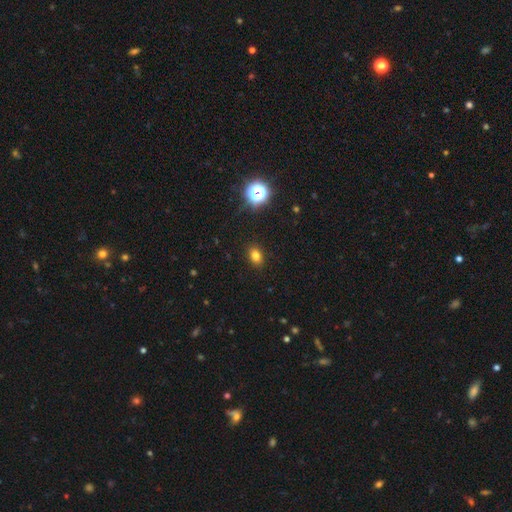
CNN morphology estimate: smooth-or-featured: smooth: 77% | star or artifact: 16% | featured or disk: 7%
  how-rounded: in between: 68% | round: 31% | cigar-shaped: 1%
  merging: none: 89% | minor disturbance: 8% | major disturbance: 2% | merger: 1%